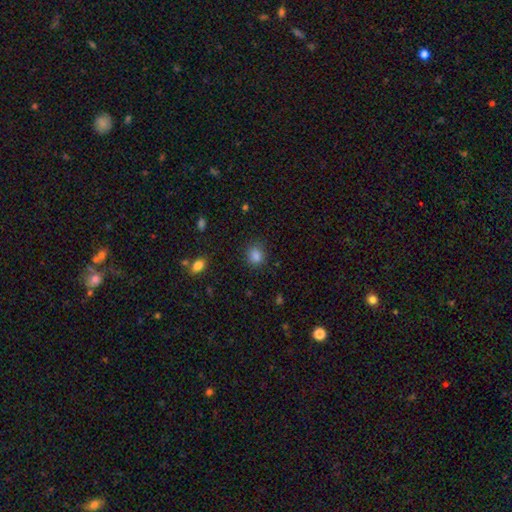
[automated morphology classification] This is clearly a smooth galaxy (84%). How rounded: likely round (68%). Merging: clearly none (81%).